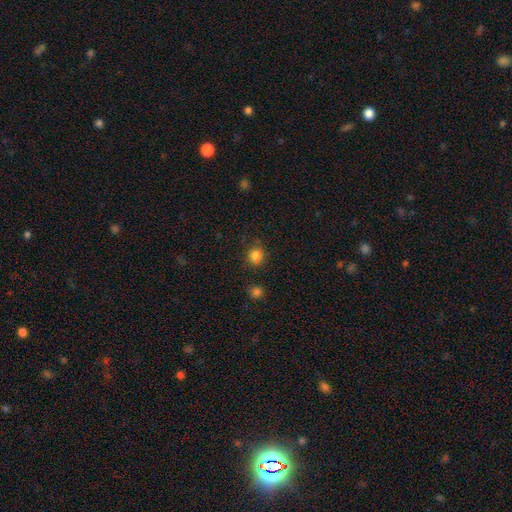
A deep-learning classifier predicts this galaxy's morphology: A smooth galaxy with no disk features (81%) that is round (75%).

Vote fractions:
- Smooth or featured? smooth: 81% / star or artifact: 14% / featured or disk: 5%
- How rounded? round: 75% / in between: 24% / cigar-shaped: 1%
- Merging? none: 73% / minor disturbance: 15% / merger: 7% / major disturbance: 5%